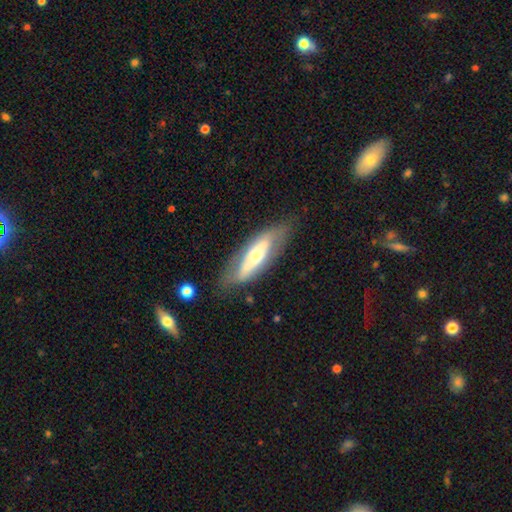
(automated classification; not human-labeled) Q: Smooth or featured?
A: featured or disk (57%); runner-up: smooth (37%)
Q: Edge-on disk?
A: no (63%); runner-up: yes (37%)
Q: Merging?
A: none (73%); runner-up: minor disturbance (18%)